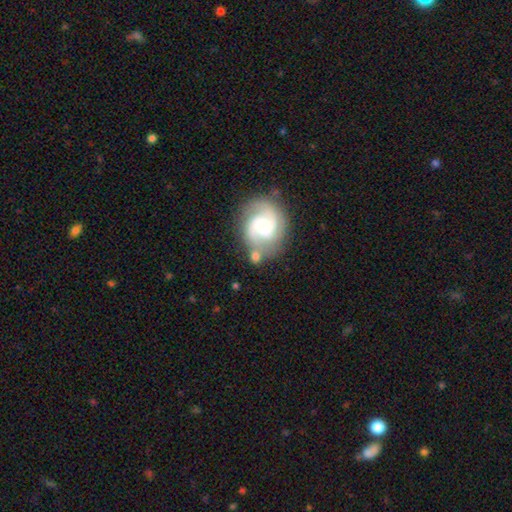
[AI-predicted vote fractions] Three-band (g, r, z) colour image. It shows a featured or disk galaxy (74%) with no bar (55%), 2 (84%) medium (53%) spiral arms (95%) and a small central bulge (49%). Merging: none (58%).